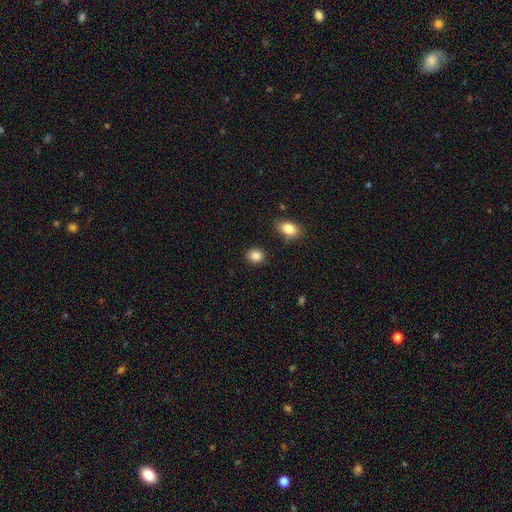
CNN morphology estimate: type=smooth (87%); roundness=round (65%); merging=none (88%).